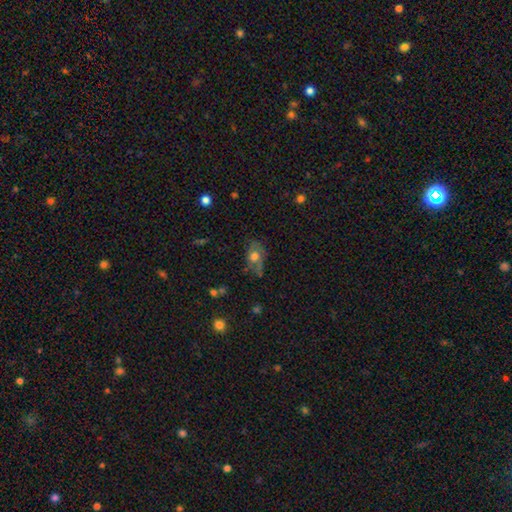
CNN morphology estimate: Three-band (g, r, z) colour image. It shows a smooth galaxy with no disk features (47%). Merging: none (52%).